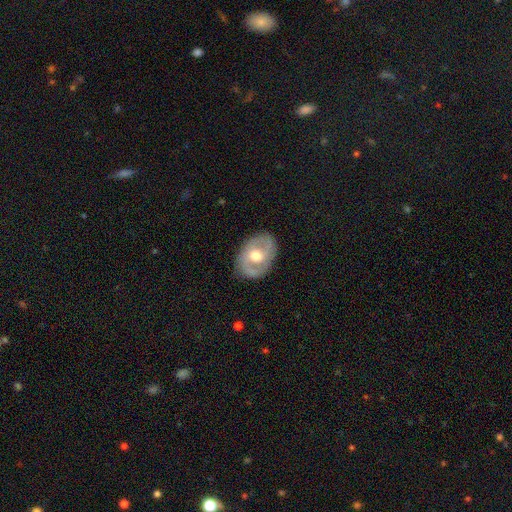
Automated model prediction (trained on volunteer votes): Smooth or featured?
  - featured or disk: 66% *
  - smooth: 28%
  - star or artifact: 6%
Edge-on disk?
  - no: 94% *
  - yes: 6%
Bar?
  - no: 56% *
  - weak: 33%
  - strong: 11%
Spiral arms?
  - yes: 63% *
  - no: 37%
Bulge size?
  - moderate: 76% *
  - small: 13%
  - large: 9%
  - dominant: 1%
  - none: 1%
Merging?
  - none: 81% *
  - minor disturbance: 14%
  - major disturbance: 5%
  - merger: 1%